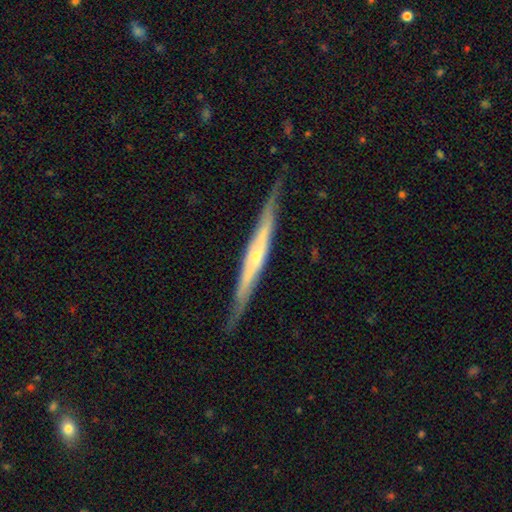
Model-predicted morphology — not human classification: A featured or disk galaxy (77%) viewed edge-on (93%) with a rounded central bulge (64%). Merging: none (83%).